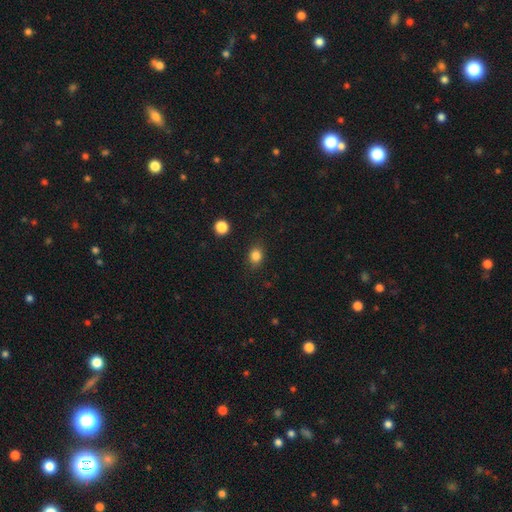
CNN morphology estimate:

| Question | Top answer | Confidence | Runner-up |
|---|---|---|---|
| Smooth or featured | smooth | 83% | star or artifact (12%) |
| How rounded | round | 50% | in between (48%) |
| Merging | none | 85% | minor disturbance (10%) |